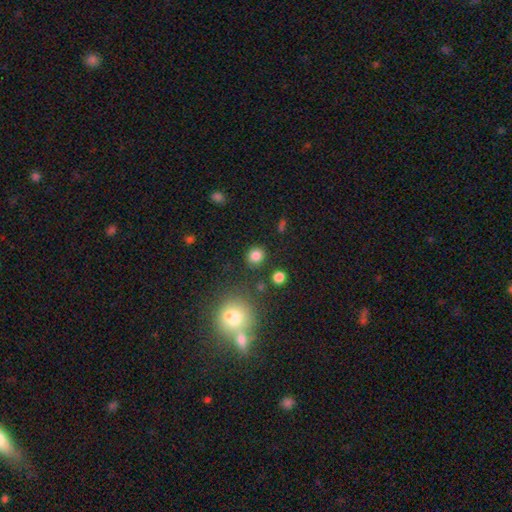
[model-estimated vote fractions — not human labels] smooth-or-featured: smooth: 82% | star or artifact: 13% | featured or disk: 5%
  how-rounded: round: 84% | in between: 15% | cigar-shaped: 1%
  merging: none: 85% | minor disturbance: 8% | merger: 4% | major disturbance: 3%